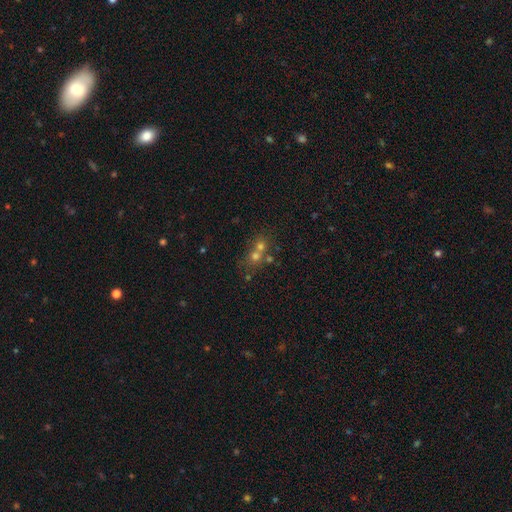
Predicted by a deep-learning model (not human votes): Smooth or featured? smooth (49%)
Merging? merger (48%)